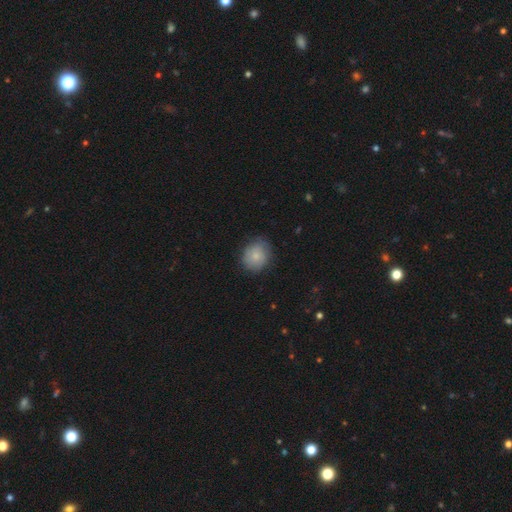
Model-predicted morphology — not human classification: smooth_or_featured: smooth (p=0.75) [alt: featured or disk p=0.18]
how_rounded: round (p=0.71) [alt: in between p=0.28]
merging: none (p=0.75) [alt: minor disturbance p=0.19]